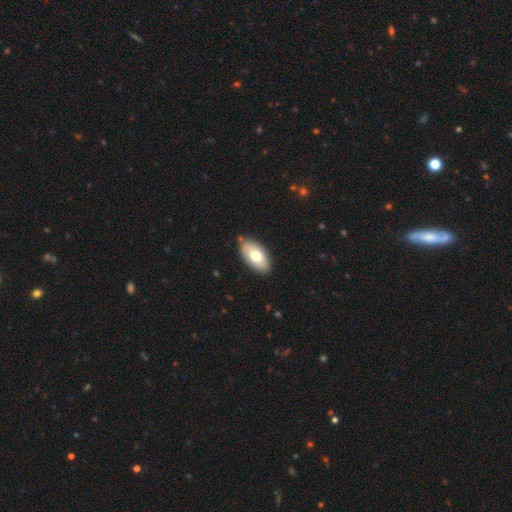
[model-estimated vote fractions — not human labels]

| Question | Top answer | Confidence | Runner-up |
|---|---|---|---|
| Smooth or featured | smooth | 73% | featured or disk (21%) |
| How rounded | in between | 94% | cigar-shaped (3%) |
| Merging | none | 85% | minor disturbance (10%) |